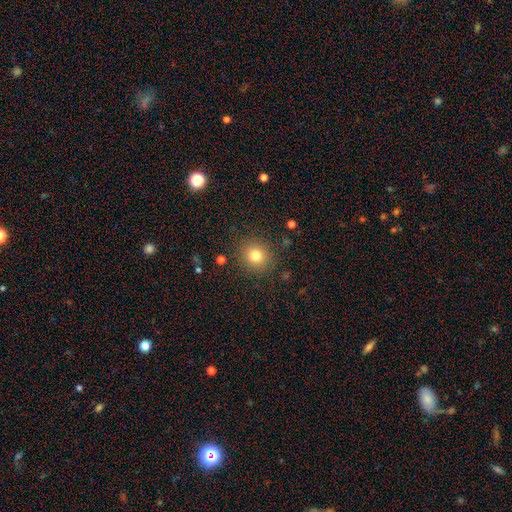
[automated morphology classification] This is likely a smooth galaxy (78%). How rounded: clearly round (89%). Merging: clearly none (88%).